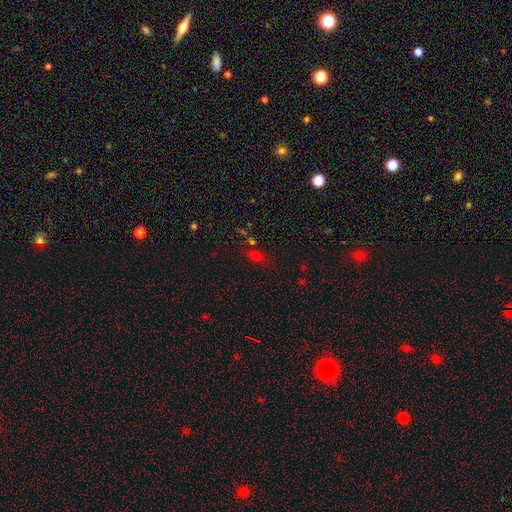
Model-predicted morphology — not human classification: Overall: smooth (59%; star or artifact 32%). How rounded: in between (71%). Merging: none (59%).